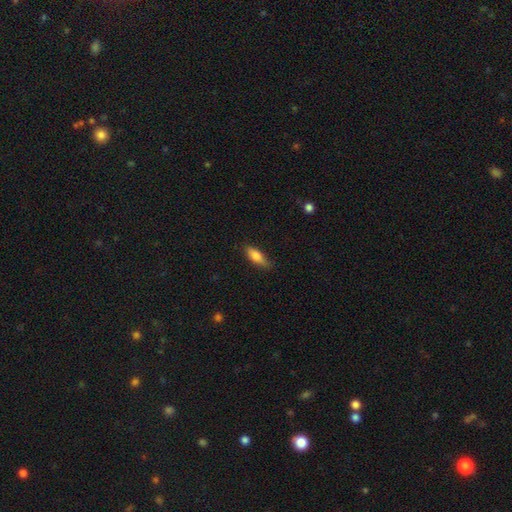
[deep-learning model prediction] smooth 78%, featured or disk 15%, star or artifact 7%. Down the decision tree: how rounded — in between (65%); merging — none (74%).